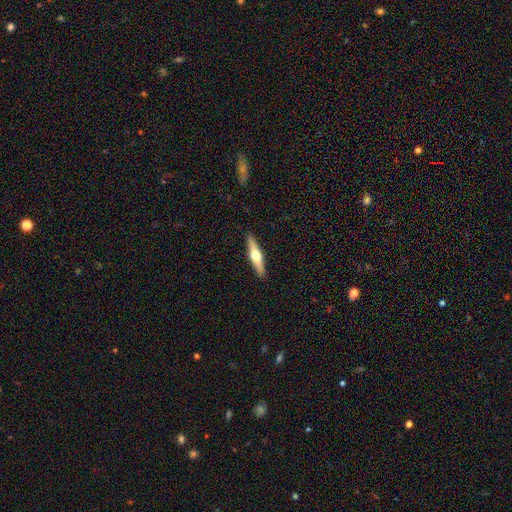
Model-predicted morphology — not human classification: smooth-or-featured: featured or disk: 58% | smooth: 37% | star or artifact: 5%
  disk-edge-on: yes: 96% | no: 4%
    edge-on-bulge: rounded: 94% | boxy: 3% | none: 3%
  merging: none: 92% | minor disturbance: 6% | major disturbance: 1% | merger: 1%